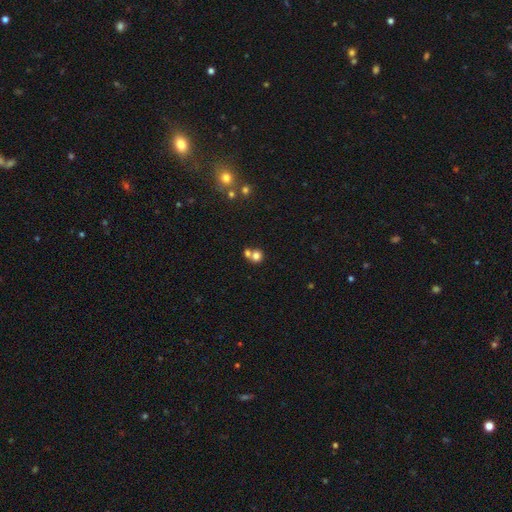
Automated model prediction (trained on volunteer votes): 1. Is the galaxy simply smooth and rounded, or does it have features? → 75% smooth, 13% star or artifact, 12% featured or disk.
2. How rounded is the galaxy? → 83% round, 16% in between, 1% cigar-shaped.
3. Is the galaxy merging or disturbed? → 47% merger, 43% none, 7% minor disturbance, 3% major disturbance.